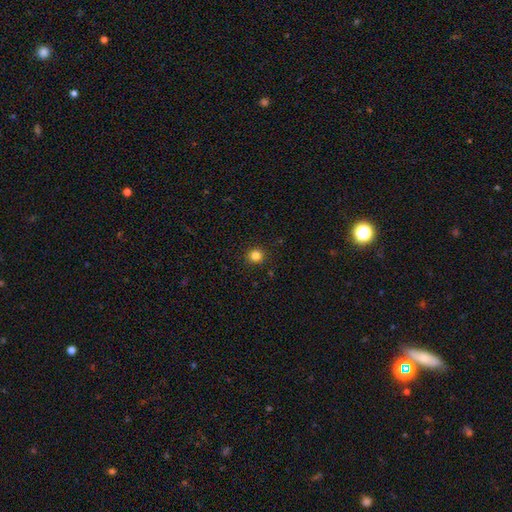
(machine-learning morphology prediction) This appears to be a smooth galaxy with no disk features (83%) that is round (92%). Merging: none (92%).